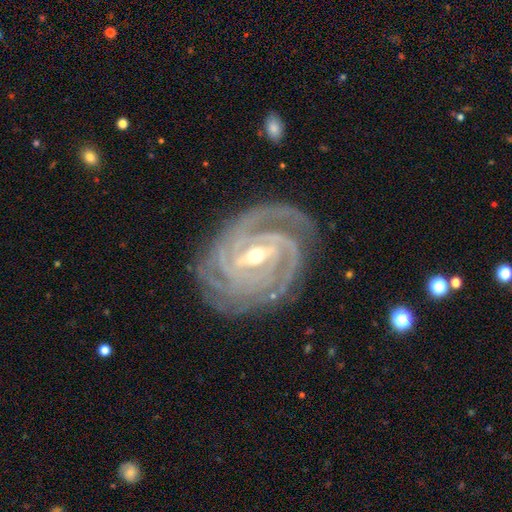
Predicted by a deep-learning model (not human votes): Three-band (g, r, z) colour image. It shows a featured or disk galaxy (93%) with a strong bar (57%), 3 (30%) tight (82%) spiral arms (99%) and a moderate central bulge (50%). Merging: none (81%).